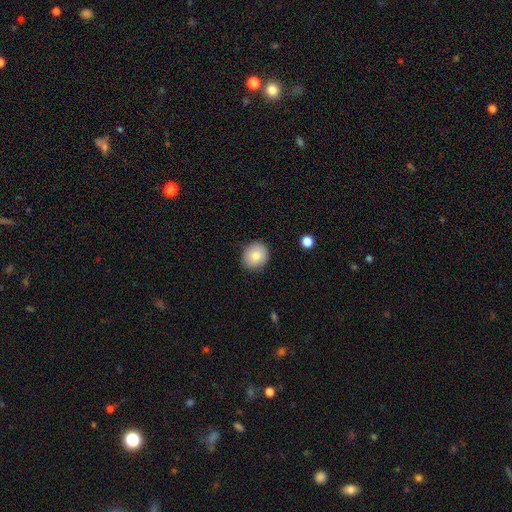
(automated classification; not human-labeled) Q: Smooth or featured?
A: smooth (80%); runner-up: featured or disk (12%)
Q: How rounded?
A: round (79%); runner-up: in between (20%)
Q: Merging?
A: none (87%); runner-up: minor disturbance (9%)